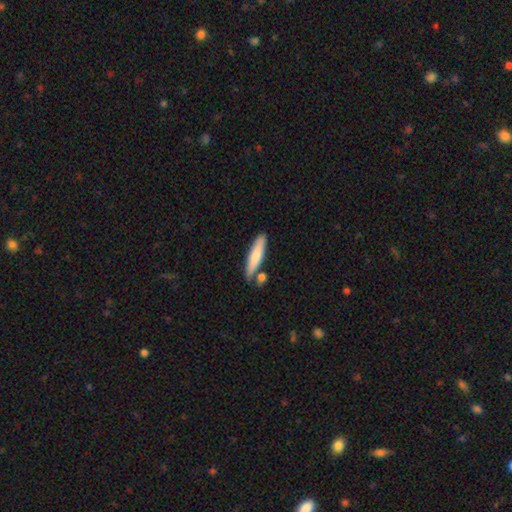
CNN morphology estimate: Smooth or featured? Predicted: smooth (p=0.74). How rounded? Predicted: cigar-shaped (p=0.79). Merging? Predicted: none (p=0.74).